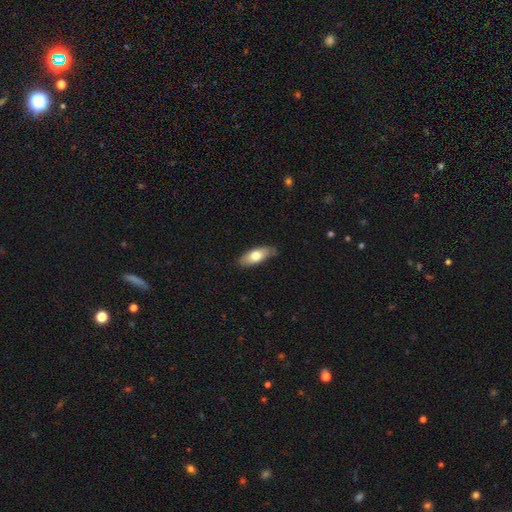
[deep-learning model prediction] Smooth or featured?
  - smooth: 69% *
  - featured or disk: 25%
  - star or artifact: 6%
How rounded?
  - in between: 75% *
  - cigar-shaped: 22%
  - round: 3%
Merging?
  - none: 78% *
  - minor disturbance: 18%
  - major disturbance: 3%
  - merger: 1%